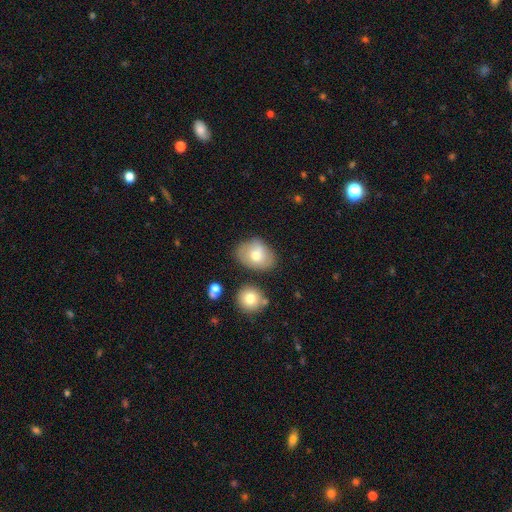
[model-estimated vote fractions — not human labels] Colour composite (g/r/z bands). It shows a smooth galaxy with no disk features (69%) that is in between round and cigar-shaped (69%). Merging: none (66%).